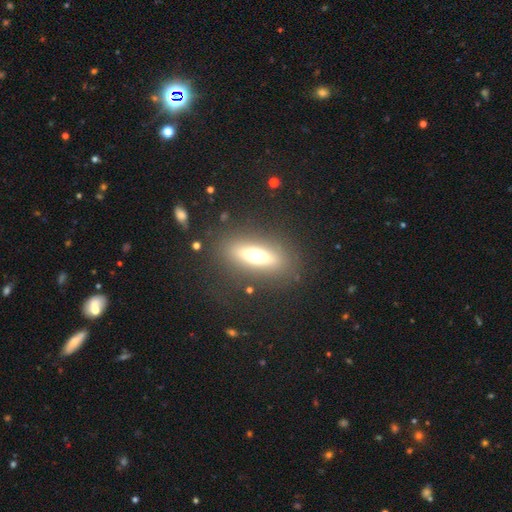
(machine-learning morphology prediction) This is possibly a smooth galaxy (52%). How rounded: possibly in between (53%). Merging: clearly none (84%).